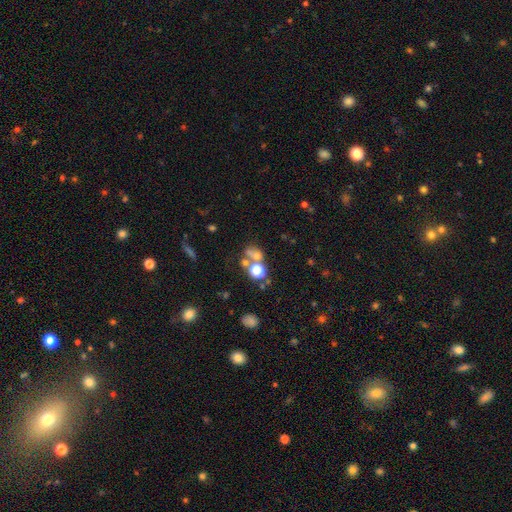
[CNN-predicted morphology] Smooth or featured?
  - smooth: 58% *
  - star or artifact: 27%
  - featured or disk: 15%
How rounded?
  - round: 67% *
  - in between: 31%
  - cigar-shaped: 2%
Merging?
  - merger: 42% *
  - none: 41%
  - minor disturbance: 9%
  - major disturbance: 8%